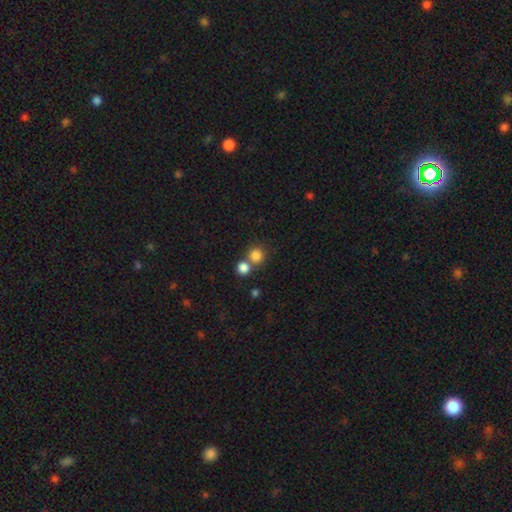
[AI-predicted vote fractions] This appears to be a smooth galaxy with no disk features (82%) that is round (90%). Merging: none (58%).